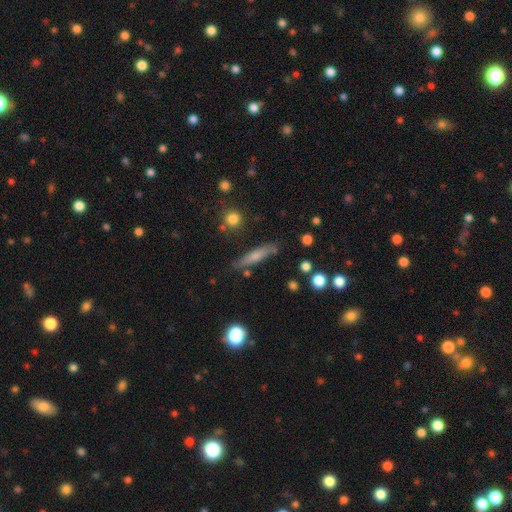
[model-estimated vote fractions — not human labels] smooth-or-featured: smooth: 58% | featured or disk: 35% | star or artifact: 8%
  how-rounded: cigar-shaped: 84% | in between: 13% | round: 3%
  merging: none: 79% | minor disturbance: 14% | merger: 4% | major disturbance: 3%